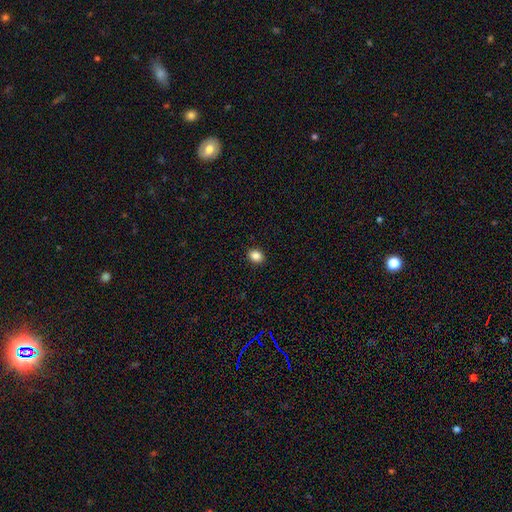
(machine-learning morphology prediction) Smooth or featured?
  - smooth: 85% *
  - star or artifact: 10%
  - featured or disk: 5%
How rounded?
  - in between: 54% *
  - round: 45%
  - cigar-shaped: 1%
Merging?
  - none: 91% *
  - minor disturbance: 6%
  - major disturbance: 2%
  - merger: 1%